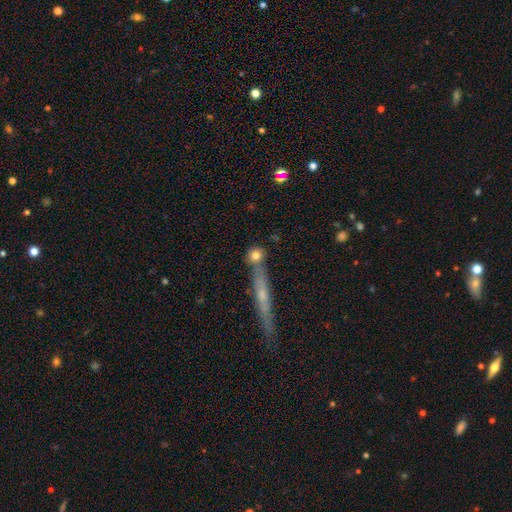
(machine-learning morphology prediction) Smooth or featured? smooth (76%)
How rounded? round (80%)
Merging? none (65%)